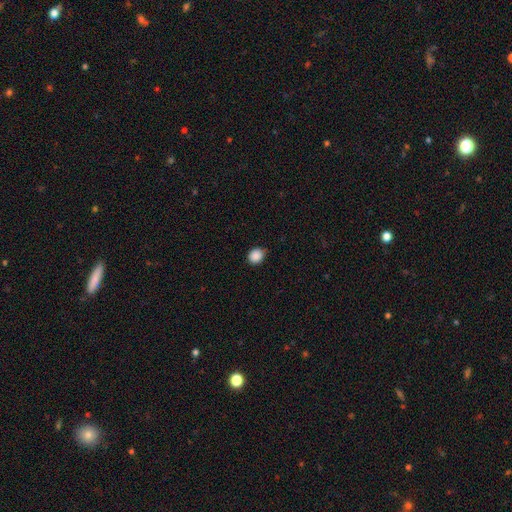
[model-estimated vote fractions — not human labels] smooth-or-featured: smooth: 88% | star or artifact: 9% | featured or disk: 3%
  how-rounded: round: 62% | in between: 37% | cigar-shaped: 1%
  merging: none: 78% | minor disturbance: 18% | major disturbance: 3% | merger: 1%